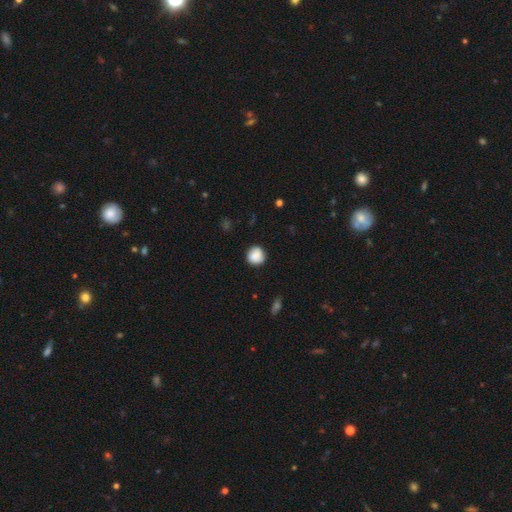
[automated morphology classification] A smooth galaxy with no disk features (81%) that is round (89%).

Vote fractions:
- Smooth or featured? smooth: 81% / featured or disk: 11% / star or artifact: 8%
- How rounded? round: 89% / in between: 10% / cigar-shaped: 1%
- Merging? none: 82% / minor disturbance: 13% / major disturbance: 3% / merger: 2%